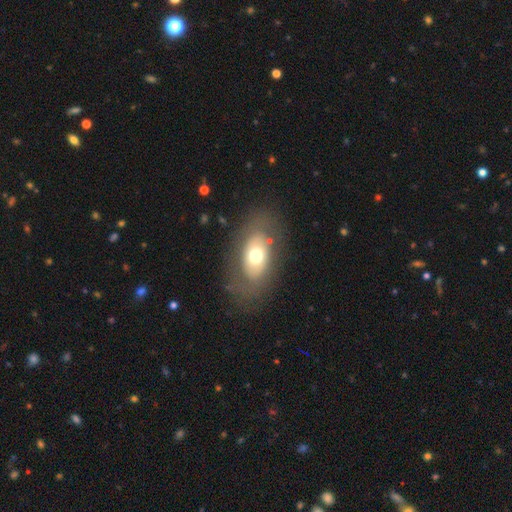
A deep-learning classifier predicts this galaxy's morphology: The model was most divided on "smooth or featured": smooth: 57%, featured or disk: 34%, star or artifact: 9%. More confident: how rounded — in between (86%); merging — none (75%).